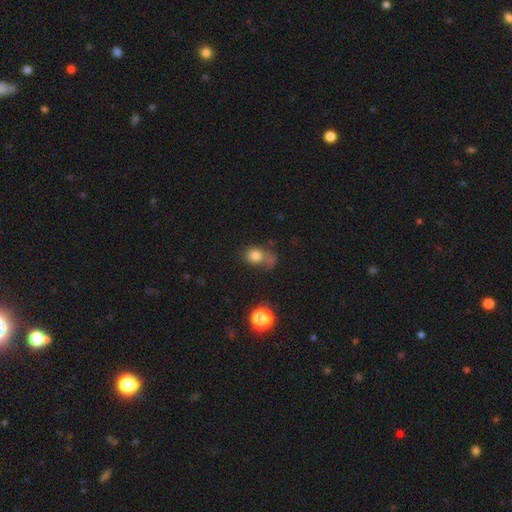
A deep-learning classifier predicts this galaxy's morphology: smooth-or-featured: smooth: 77% | star or artifact: 12% | featured or disk: 12%
  how-rounded: round: 61% | in between: 38% | cigar-shaped: 1%
  merging: none: 35% | major disturbance: 27% | minor disturbance: 22% | merger: 15%